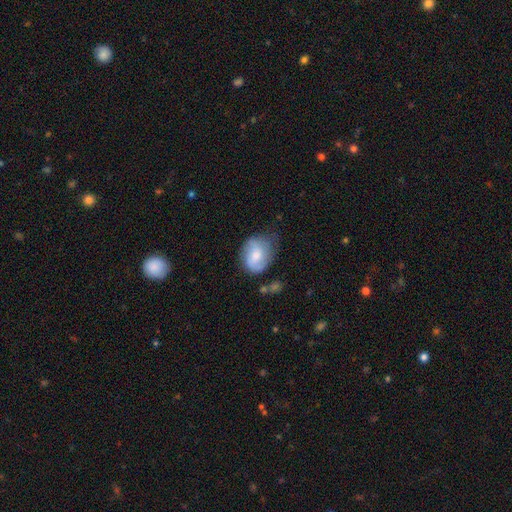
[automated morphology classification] type=smooth (49%); merging=none (54%).